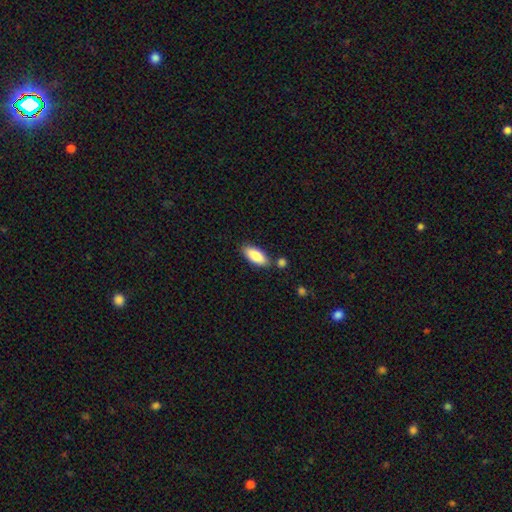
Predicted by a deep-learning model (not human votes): Smooth or featured? smooth (85%)
How rounded? in between (84%)
Merging? none (78%)